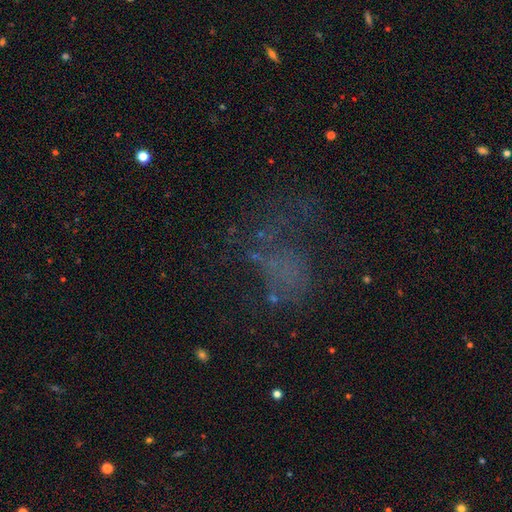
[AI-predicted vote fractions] star or artifact 37%, smooth 32%, featured or disk 31%.